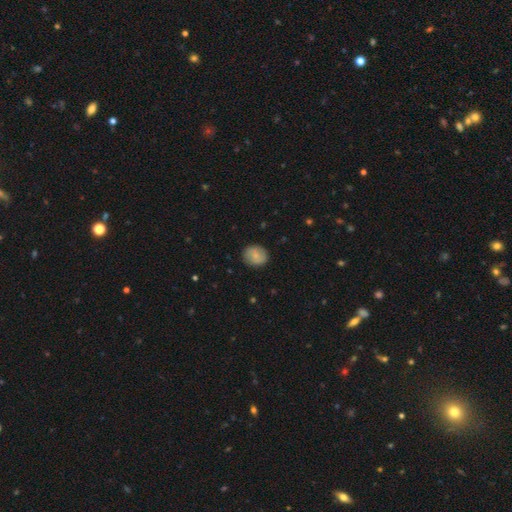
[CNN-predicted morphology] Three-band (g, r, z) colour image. It shows a smooth galaxy with no disk features (76%) that is round (70%). Merging: none (86%).